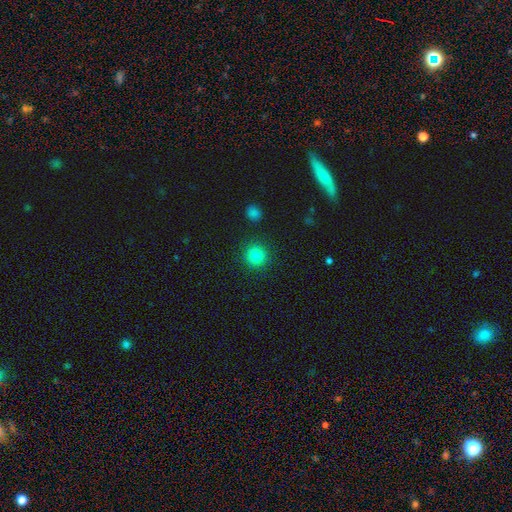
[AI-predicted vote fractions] A smooth galaxy with no disk features (84%) that is round (93%).

Vote fractions:
- Smooth or featured? smooth: 84% / star or artifact: 12% / featured or disk: 4%
- How rounded? round: 93% / in between: 6% / cigar-shaped: 1%
- Merging? none: 90% / minor disturbance: 6% / major disturbance: 2% / merger: 2%